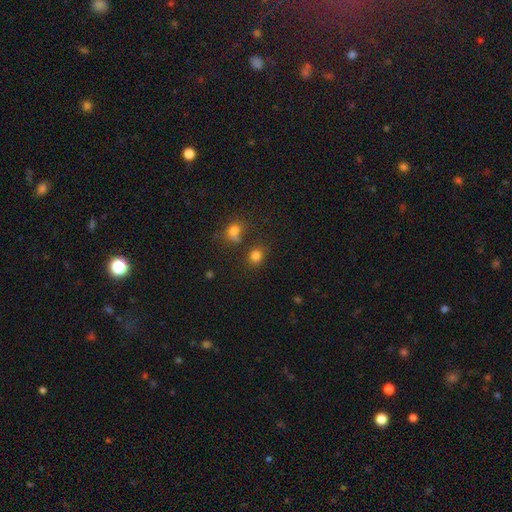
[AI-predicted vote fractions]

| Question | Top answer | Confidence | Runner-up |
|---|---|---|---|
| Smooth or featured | smooth | 80% | star or artifact (15%) |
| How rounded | round | 74% | in between (25%) |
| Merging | none | 72% | merger (13%) |